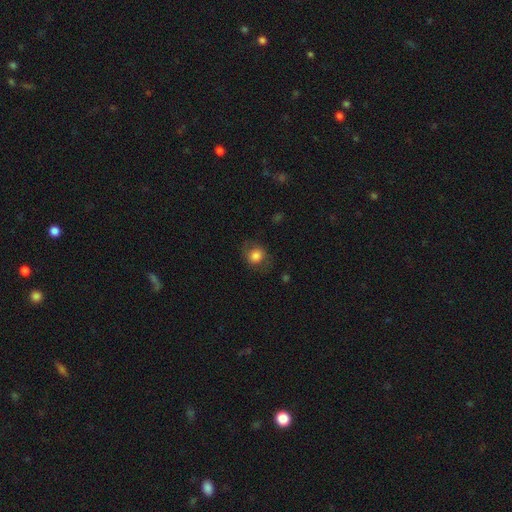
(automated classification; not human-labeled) smooth 76%, featured or disk 15%, star or artifact 9%. Down the decision tree: how rounded — round (69%); merging — none (72%).